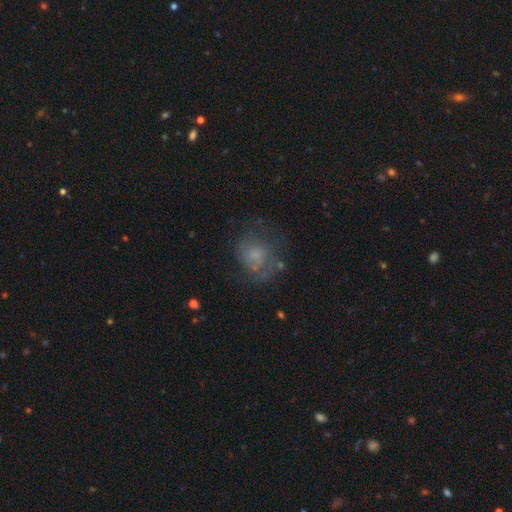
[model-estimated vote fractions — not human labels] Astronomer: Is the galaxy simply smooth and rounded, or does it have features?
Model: smooth — 47% (runner-up: featured or disk, 38%).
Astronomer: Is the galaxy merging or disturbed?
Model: none — 54%.